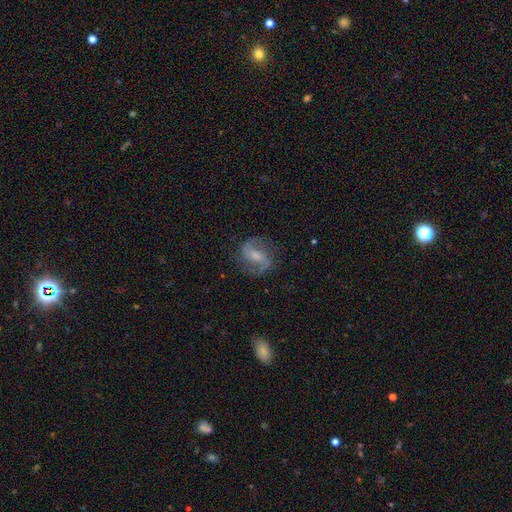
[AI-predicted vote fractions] A featured or disk galaxy (83%) with a weak bar (46%), 2 (91%) medium (48%) spiral arms (95%) and a moderate central bulge (43%). Merging: none (78%).